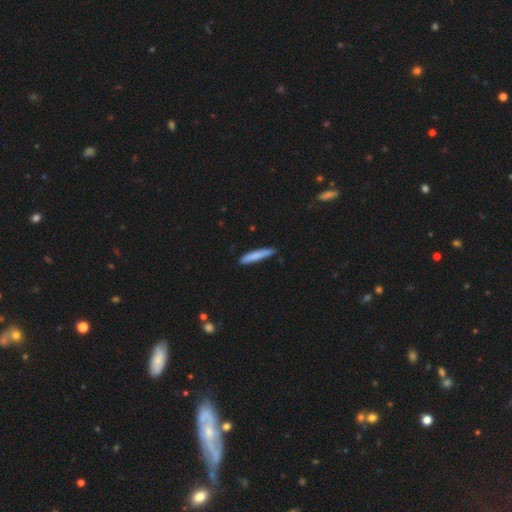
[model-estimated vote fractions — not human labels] Morphology: type=smooth (79%); roundness=cigar-shaped (94%); merging=none (83%).